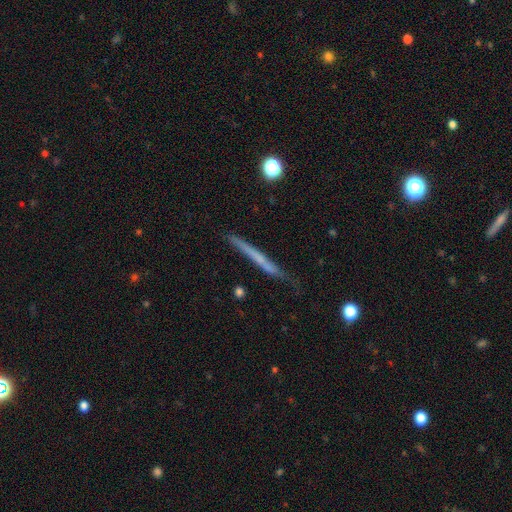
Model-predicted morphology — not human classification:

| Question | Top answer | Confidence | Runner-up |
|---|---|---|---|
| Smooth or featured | featured or disk | 47% | smooth (46%) |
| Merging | none | 74% | minor disturbance (19%) |